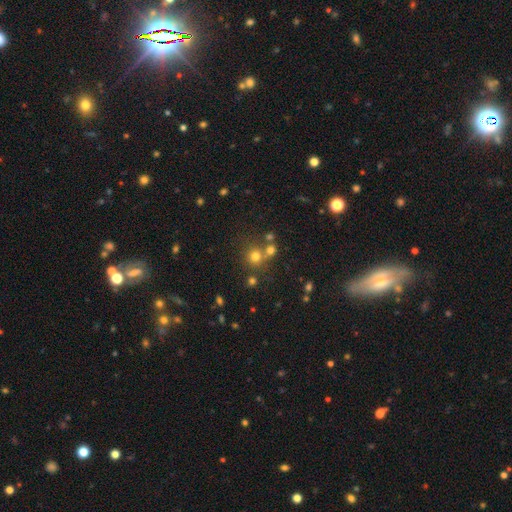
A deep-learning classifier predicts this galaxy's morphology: smooth 70%, star or artifact 20%, featured or disk 9%. Down the decision tree: how rounded — round (89%); merging — none (62%).